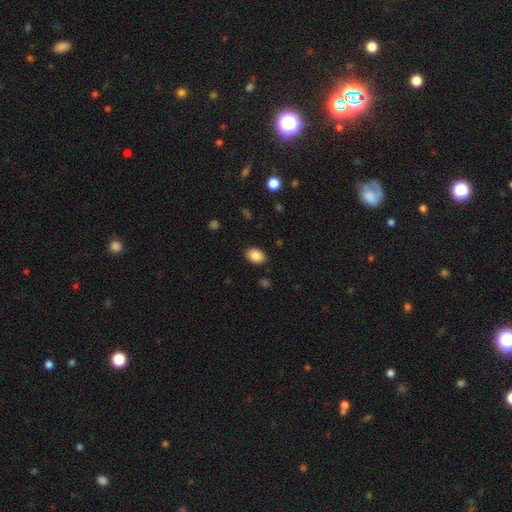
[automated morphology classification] This appears to be a smooth galaxy with no disk features (87%) that is in between round and cigar-shaped (73%). Merging: none (88%).